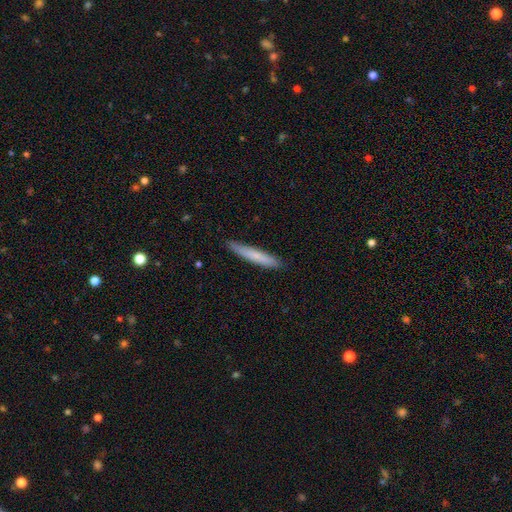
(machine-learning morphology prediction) Smooth or featured?
  - smooth: 73% *
  - featured or disk: 22%
  - star or artifact: 6%
How rounded?
  - cigar-shaped: 95% *
  - in between: 4%
  - round: 1%
Merging?
  - none: 89% *
  - minor disturbance: 9%
  - major disturbance: 1%
  - merger: 1%